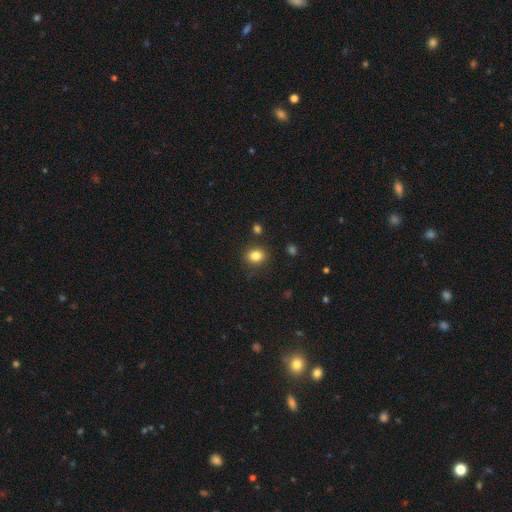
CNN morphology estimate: smooth-or-featured: smooth: 83% | star or artifact: 11% | featured or disk: 6%
  how-rounded: round: 61% | in between: 39% | cigar-shaped: 1%
  merging: none: 84% | minor disturbance: 10% | major disturbance: 3% | merger: 3%